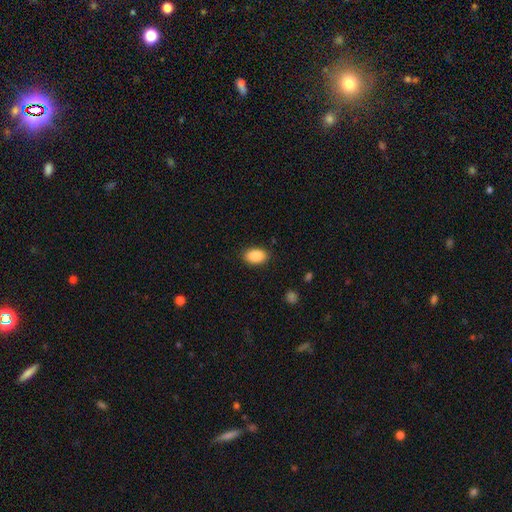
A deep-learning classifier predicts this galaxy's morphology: A smooth galaxy with no disk features (89%) that is in between round and cigar-shaped (90%). Merging: none (87%).